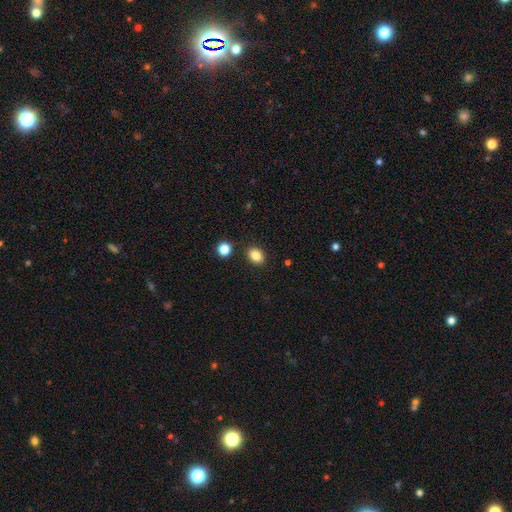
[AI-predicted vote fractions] Overall: smooth (85%). How rounded: in between (66%; round 33%). Merging: none (87%).